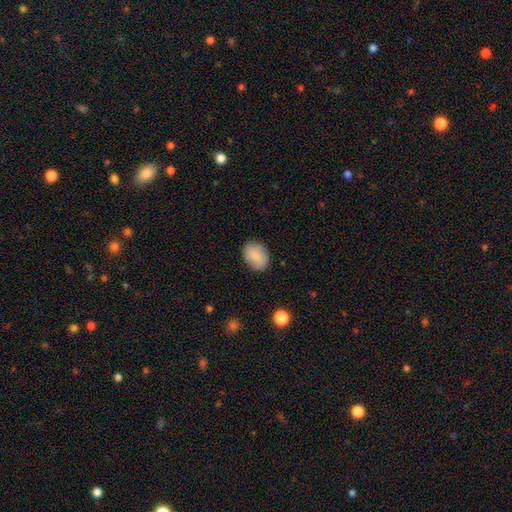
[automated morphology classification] smooth-or-featured: smooth: 84% | featured or disk: 9% | star or artifact: 7%
  how-rounded: in between: 67% | round: 32% | cigar-shaped: 1%
  merging: none: 83% | minor disturbance: 13% | major disturbance: 3% | merger: 1%